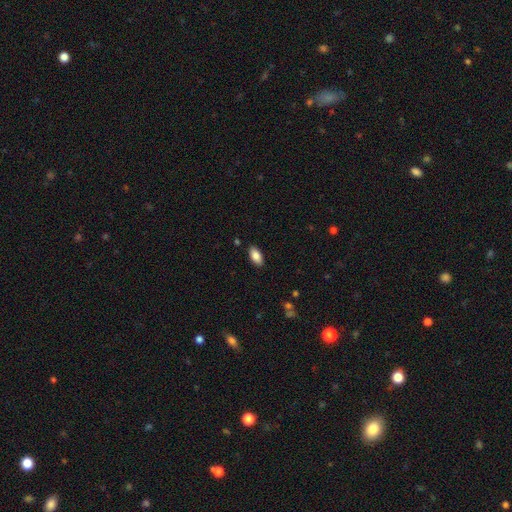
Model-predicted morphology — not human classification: Overall: smooth (86%). How rounded: in between (91%). Merging: none (88%).